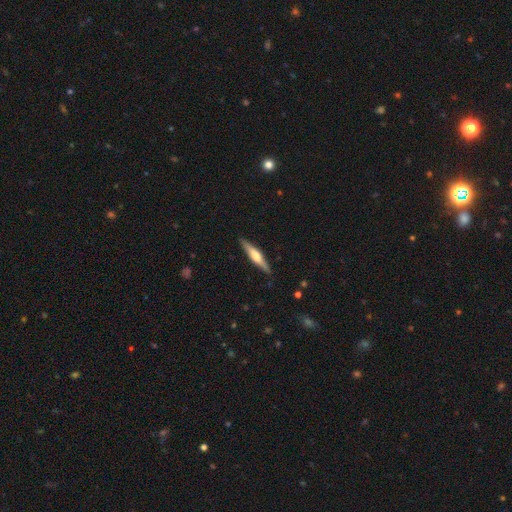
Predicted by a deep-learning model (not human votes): This is likely a featured or disk galaxy (61%). It is clearly viewed edge-on (97%). Edge-on bulge: clearly rounded (85%). Merging: clearly none (89%).